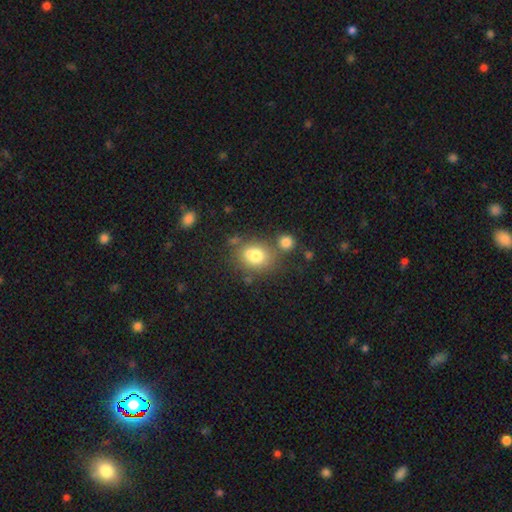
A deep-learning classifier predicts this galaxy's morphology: The model was most divided on "how rounded" (2-way tie): in between: 49%, round: 49%, cigar-shaped: 1%. More confident: smooth or featured — smooth (76%); merging — none (56%).